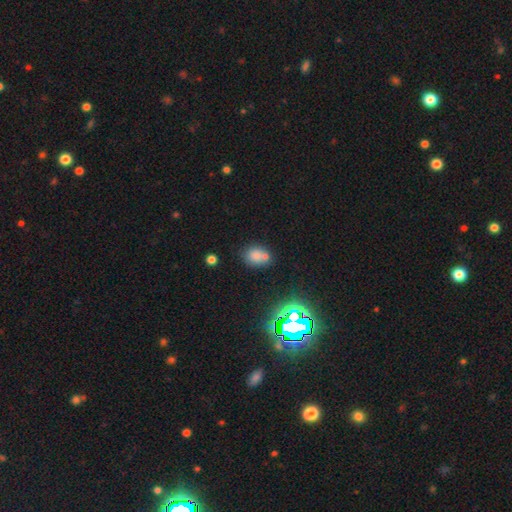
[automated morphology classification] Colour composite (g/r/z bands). It shows a smooth galaxy with no disk features (71%) that is round (50%). Merging: none (53%).